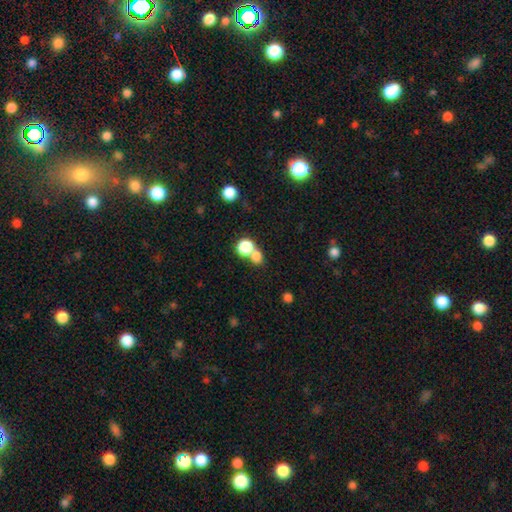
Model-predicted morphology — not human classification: smooth_or_featured: smooth (p=0.77) [alt: star or artifact p=0.14]
how_rounded: round (p=0.67) [alt: in between p=0.32]
merging: merger (p=0.52) [alt: none p=0.37]